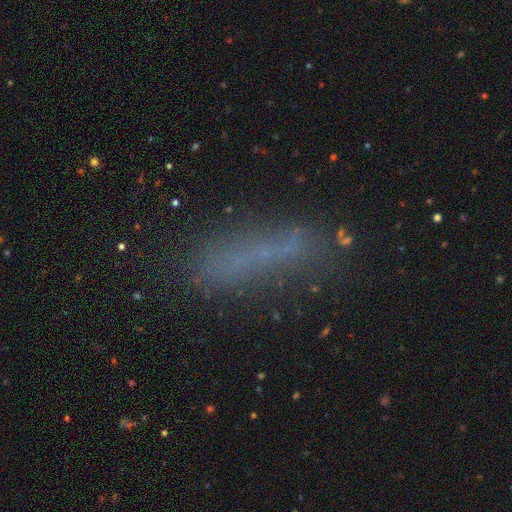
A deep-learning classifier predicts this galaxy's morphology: smooth-or-featured: smooth: 57% | featured or disk: 23% | star or artifact: 20%
  how-rounded: cigar-shaped: 82% | in between: 16% | round: 2%
  merging: none: 71% | minor disturbance: 18% | major disturbance: 9% | merger: 3%